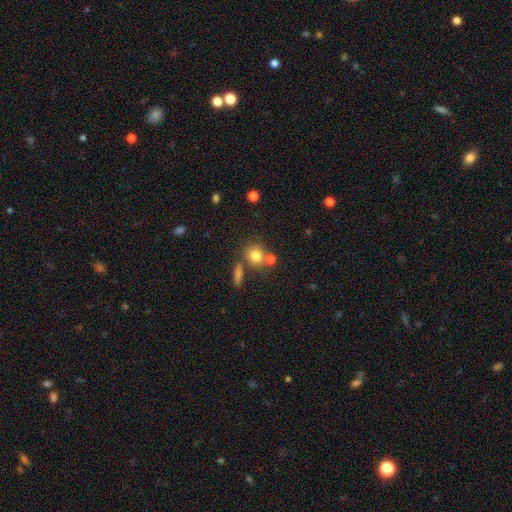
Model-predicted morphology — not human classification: Overall: smooth (77%). How rounded: round (80%). Merging: none (60%; merger 24%).